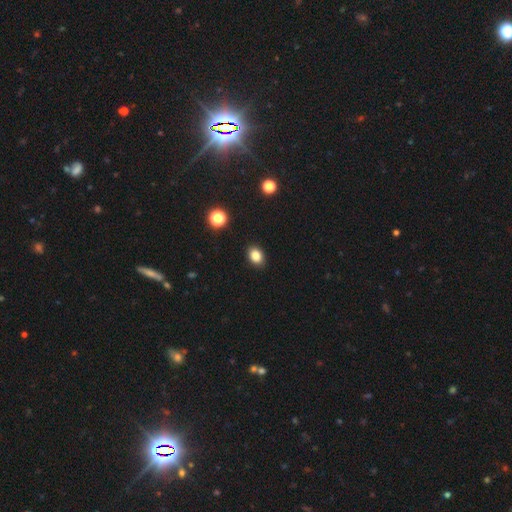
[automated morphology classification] Overall: smooth (84%). How rounded: in between (66%; round 33%). Merging: none (89%).